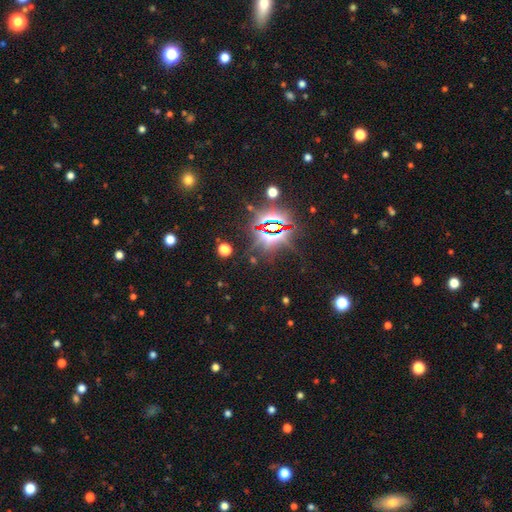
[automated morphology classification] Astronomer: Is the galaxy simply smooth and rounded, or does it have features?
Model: star or artifact — 83%.